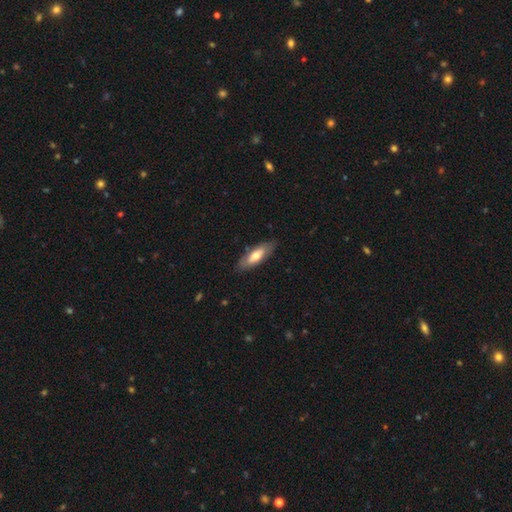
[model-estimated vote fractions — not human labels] Morphology: type=smooth (60%); roundness=in between (65%); merging=none (82%).